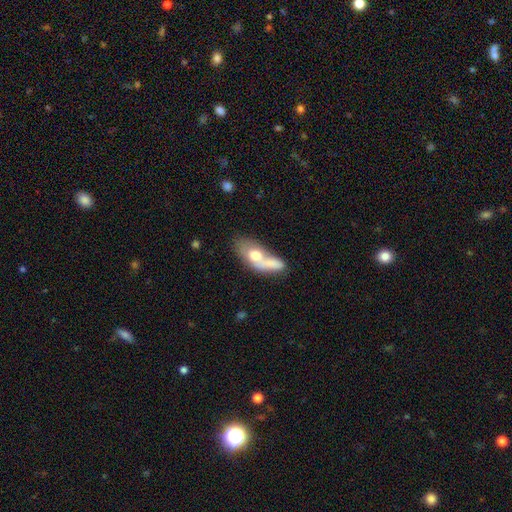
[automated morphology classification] Q: Smooth or featured?
A: smooth (65%); runner-up: featured or disk (28%)
Q: How rounded?
A: in between (76%); runner-up: cigar-shaped (13%)
Q: Merging?
A: merger (58%); runner-up: none (19%)